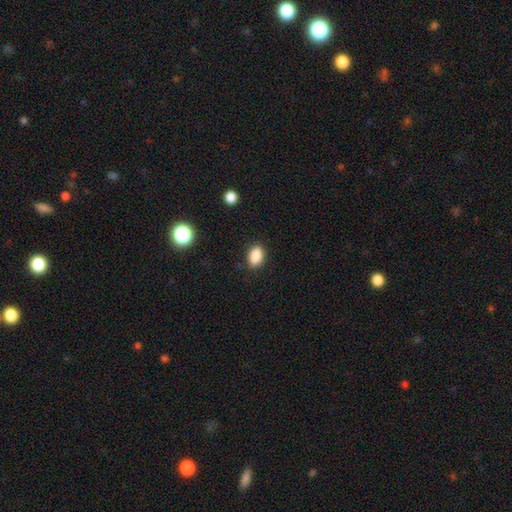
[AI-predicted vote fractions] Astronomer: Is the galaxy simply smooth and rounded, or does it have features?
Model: smooth — 87%.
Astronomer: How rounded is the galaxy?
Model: in between — 85%.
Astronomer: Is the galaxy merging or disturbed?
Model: none — 86%.